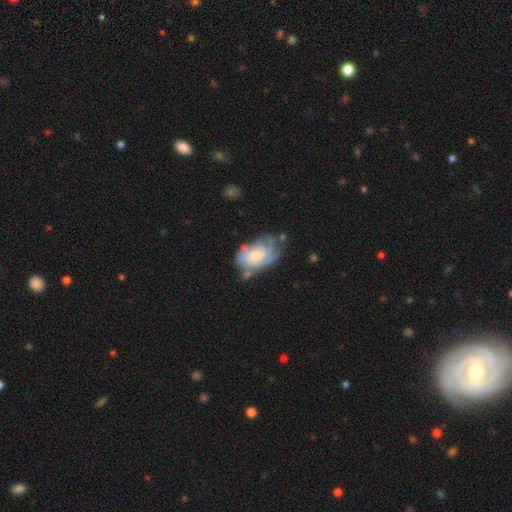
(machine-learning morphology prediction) smooth_or_featured: featured or disk (p=0.59) [alt: smooth p=0.34]
disk_edge_on: no (p=0.96) [alt: yes p=0.04]
bar: no (p=0.71) [alt: weak p=0.25]
has_spiral_arms: yes (p=0.74) [alt: no p=0.26]
bulge_size: moderate (p=0.33) [alt: large p=0.24]
merging: none (p=0.42) [alt: minor disturbance p=0.30]